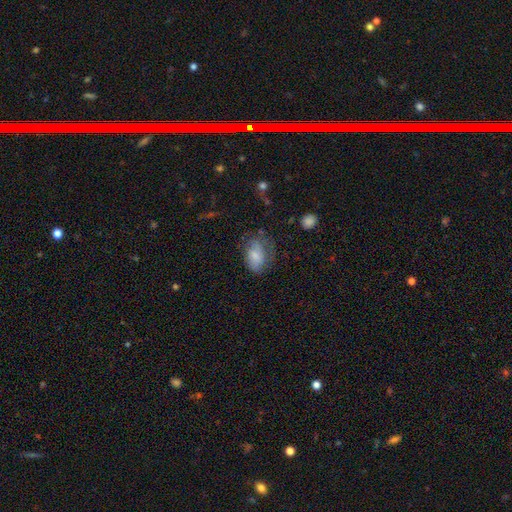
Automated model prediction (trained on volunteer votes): smooth 71%, featured or disk 21%, star or artifact 8%. Down the decision tree: how rounded — in between (85%); merging — none (46%).